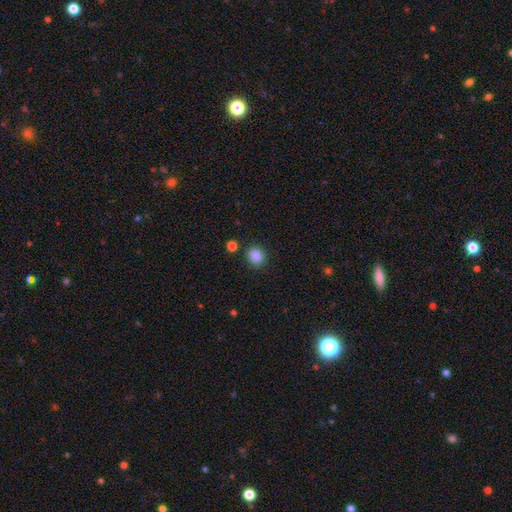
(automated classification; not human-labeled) Overall: smooth (87%). How rounded: round (74%). Merging: none (86%).